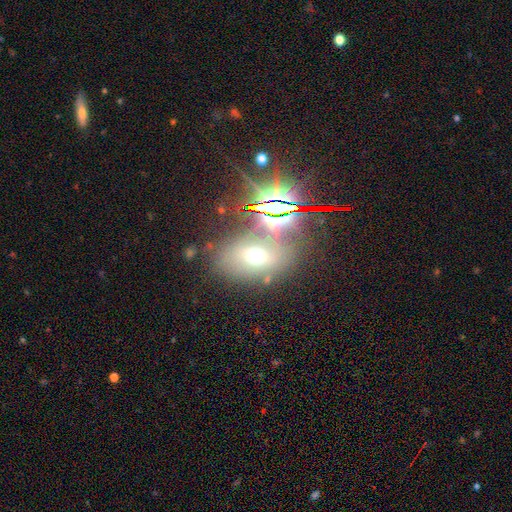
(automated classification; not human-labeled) Overall: smooth (50%; star or artifact 28%). How rounded: in between (73%). Merging: none (65%).